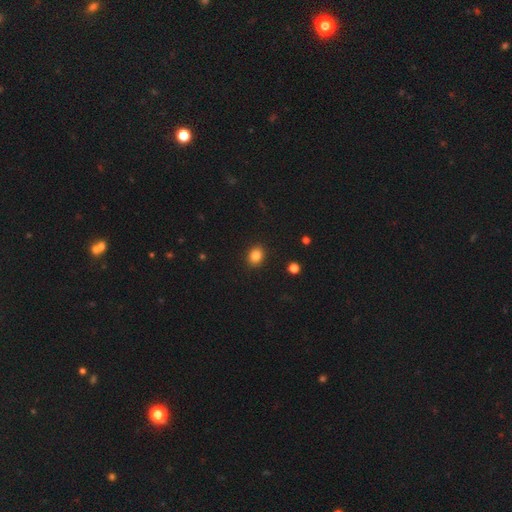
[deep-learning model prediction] Smooth or featured: smooth — 83% (star or artifact — 11%)
How rounded: round — 56% (in between — 43%)
Merging: none — 91% (minor disturbance — 6%)